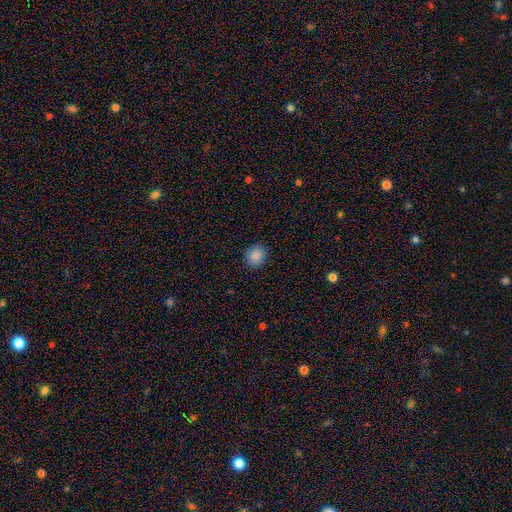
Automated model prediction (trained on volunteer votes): smooth-or-featured: smooth: 88% | star or artifact: 9% | featured or disk: 3%
  how-rounded: round: 70% | in between: 29% | cigar-shaped: 1%
  merging: none: 89% | minor disturbance: 8% | major disturbance: 2% | merger: 1%